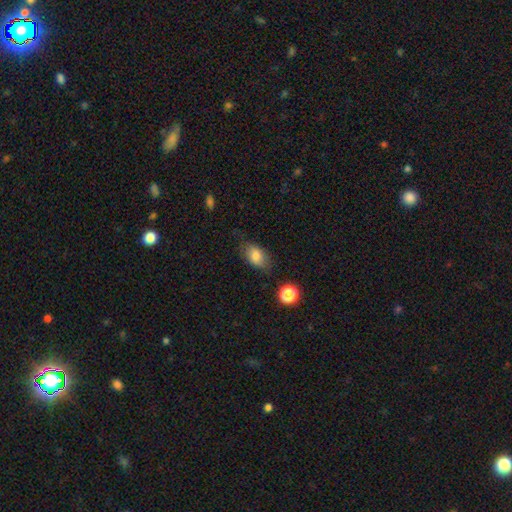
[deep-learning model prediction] Smooth or featured? smooth (81%)
How rounded? in between (86%)
Merging? none (72%)